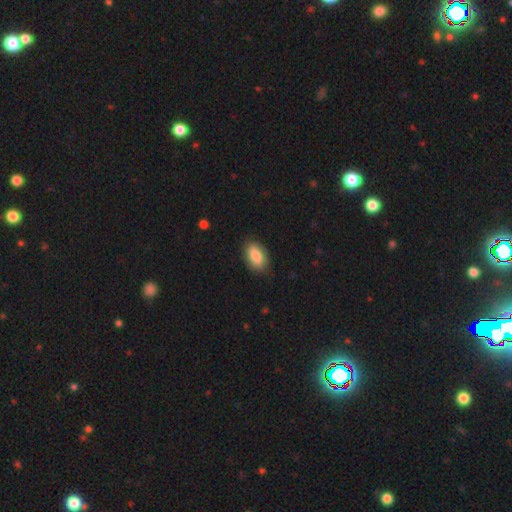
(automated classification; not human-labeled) This is clearly a smooth galaxy (85%). How rounded: clearly in between (92%). Merging: clearly none (85%).